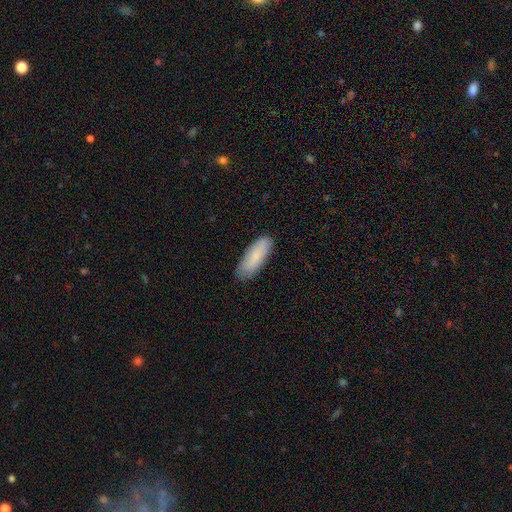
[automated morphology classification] Smooth or featured?
  - smooth: 84% *
  - featured or disk: 10%
  - star or artifact: 6%
How rounded?
  - in between: 62% *
  - cigar-shaped: 37%
  - round: 2%
Merging?
  - none: 85% *
  - minor disturbance: 12%
  - major disturbance: 2%
  - merger: 1%